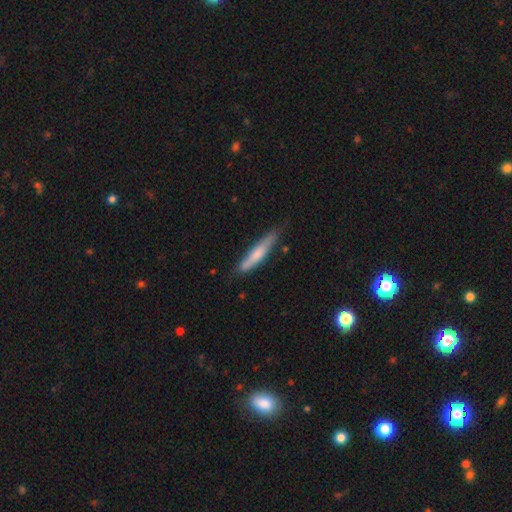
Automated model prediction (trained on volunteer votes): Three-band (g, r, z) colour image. It shows a smooth galaxy with no disk features (64%) that is cigar-shaped (90%). Merging: none (71%).